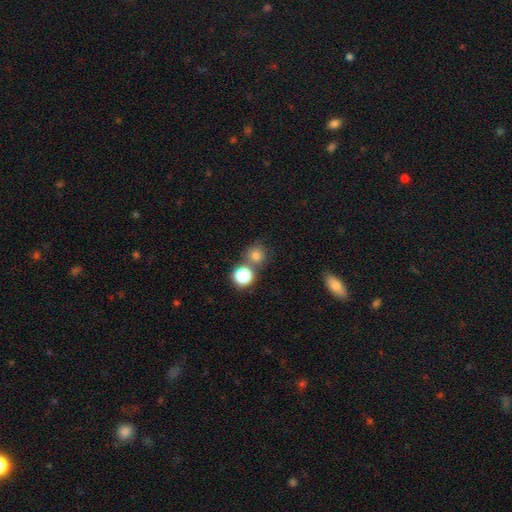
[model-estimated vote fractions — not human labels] Smooth or featured? Predicted: smooth (p=0.74). How rounded? Predicted: round (p=0.90). Merging? Predicted: none (p=0.67).